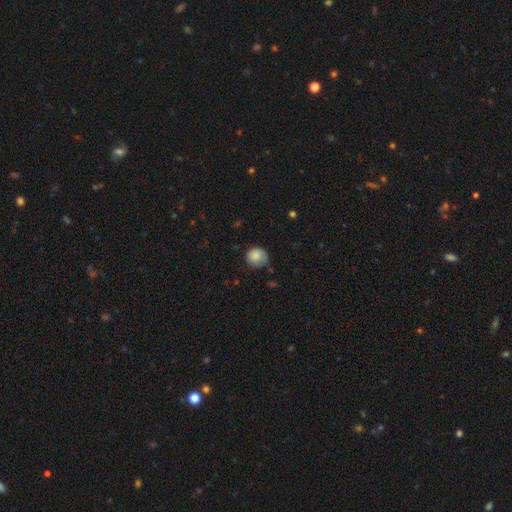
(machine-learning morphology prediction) A smooth galaxy with no disk features (83%) that is round (86%).

Vote fractions:
- Smooth or featured? smooth: 83% / featured or disk: 9% / star or artifact: 8%
- How rounded? round: 86% / in between: 13% / cigar-shaped: 1%
- Merging? none: 64% / minor disturbance: 28% / major disturbance: 7% / merger: 2%